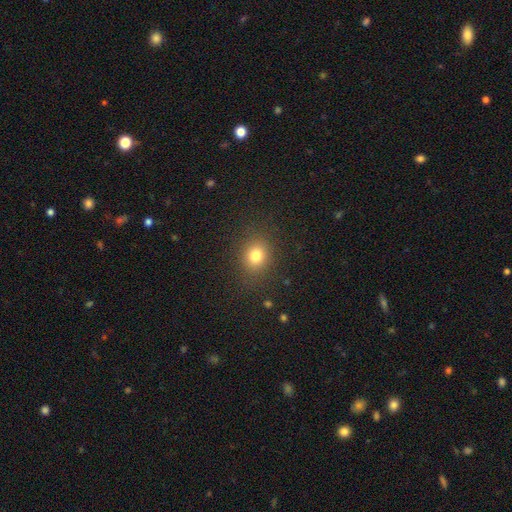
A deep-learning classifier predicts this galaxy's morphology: The model was most divided on "how rounded": round: 65%, in between: 34%, cigar-shaped: 1%. More confident: merging — none (86%); smooth or featured — smooth (78%).